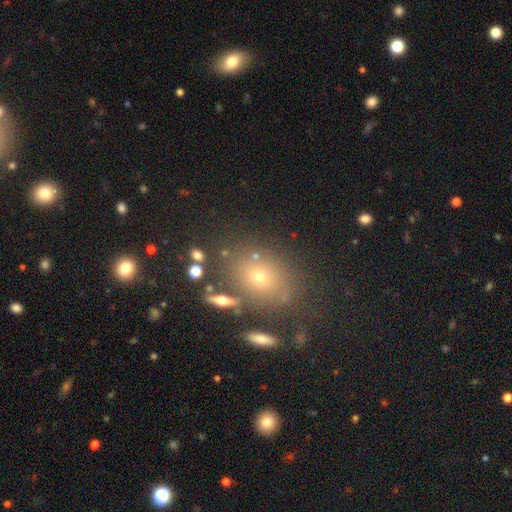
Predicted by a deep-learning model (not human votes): Smooth or featured? smooth (63%)
How rounded? in between (53%)
Merging? none (75%)